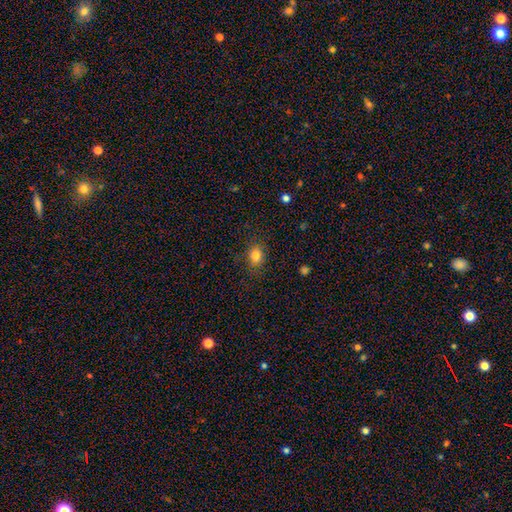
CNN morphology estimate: The model was most divided on "how rounded": round: 51%, in between: 48%, cigar-shaped: 1%. More confident: merging — none (83%); smooth or featured — smooth (83%).